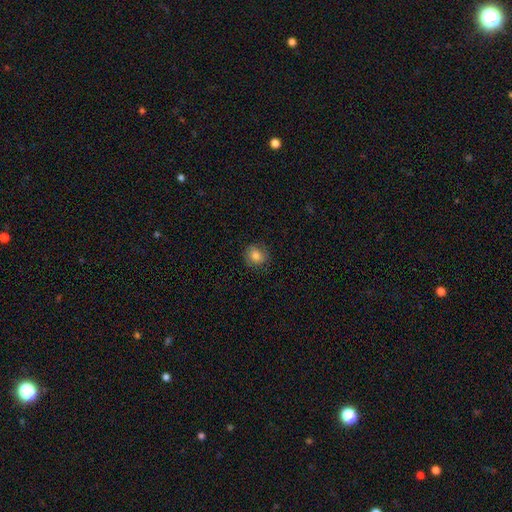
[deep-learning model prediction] A smooth galaxy with no disk features (79%) that is round (80%).

Vote fractions:
- Smooth or featured? smooth: 79% / featured or disk: 11% / star or artifact: 10%
- How rounded? round: 80% / in between: 19% / cigar-shaped: 1%
- Merging? none: 83% / minor disturbance: 12% / major disturbance: 4% / merger: 1%